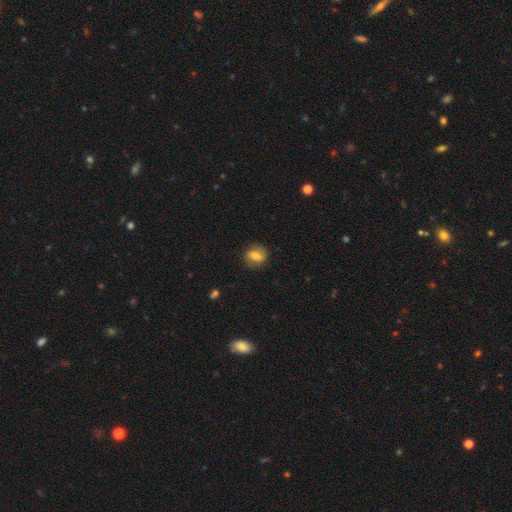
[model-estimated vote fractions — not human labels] This appears to be a smooth galaxy with no disk features (65%) that is round (52%). Merging: none (83%).